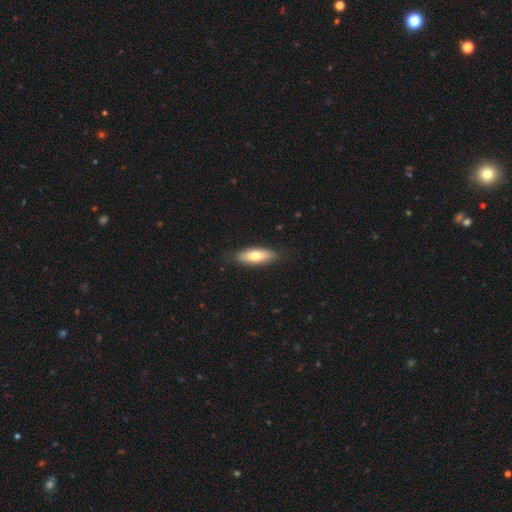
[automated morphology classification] smooth-or-featured: smooth: 70% | featured or disk: 25% | star or artifact: 6%
  how-rounded: in between: 66% | cigar-shaped: 32% | round: 2%
  merging: none: 84% | minor disturbance: 13% | major disturbance: 2% | merger: 1%